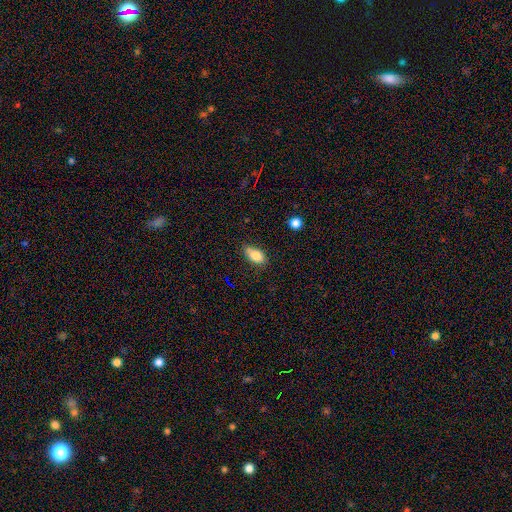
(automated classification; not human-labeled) A smooth galaxy with no disk features (82%) that is in between round and cigar-shaped (88%).

Vote fractions:
- Smooth or featured? smooth: 82% / featured or disk: 9% / star or artifact: 9%
- How rounded? in between: 88% / round: 7% / cigar-shaped: 5%
- Merging? none: 65% / minor disturbance: 28% / major disturbance: 5% / merger: 2%